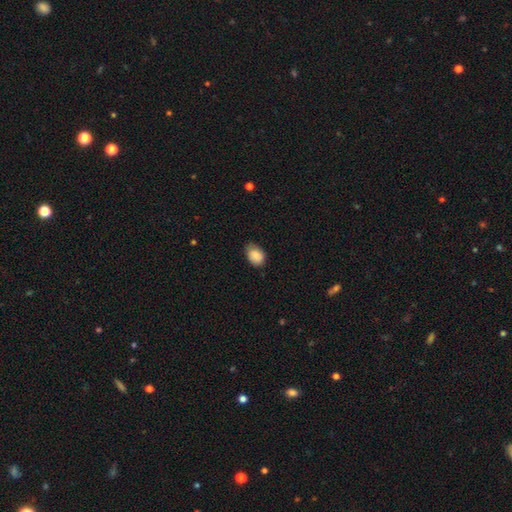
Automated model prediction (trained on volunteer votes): A smooth galaxy with no disk features (87%) that is in between round and cigar-shaped (78%).

Vote fractions:
- Smooth or featured? smooth: 87% / star or artifact: 7% / featured or disk: 5%
- How rounded? in between: 78% / round: 21% / cigar-shaped: 1%
- Merging? none: 70% / minor disturbance: 26% / major disturbance: 4% / merger: 1%